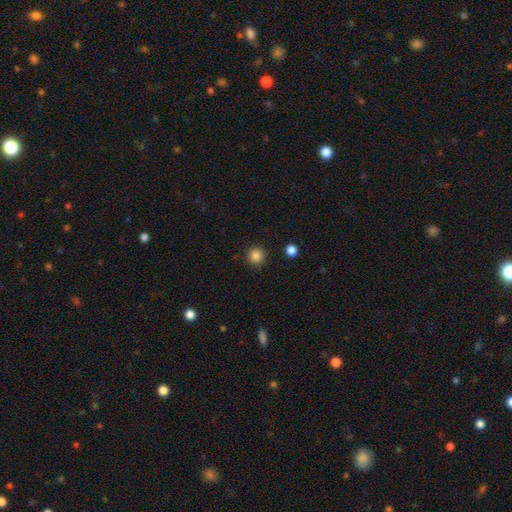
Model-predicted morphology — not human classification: Smooth or featured?
  - smooth: 86% *
  - star or artifact: 11%
  - featured or disk: 3%
How rounded?
  - round: 95% *
  - in between: 5%
  - cigar-shaped: 1%
Merging?
  - none: 92% *
  - minor disturbance: 5%
  - major disturbance: 2%
  - merger: 1%